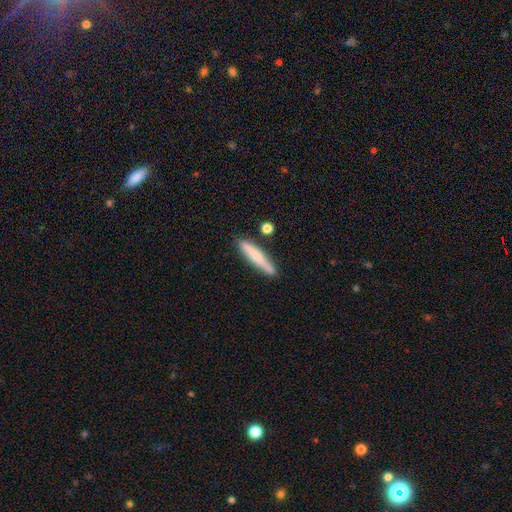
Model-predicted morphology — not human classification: Smooth or featured? Predicted: smooth (p=0.72). How rounded? Predicted: cigar-shaped (p=0.92). Merging? Predicted: none (p=0.80).